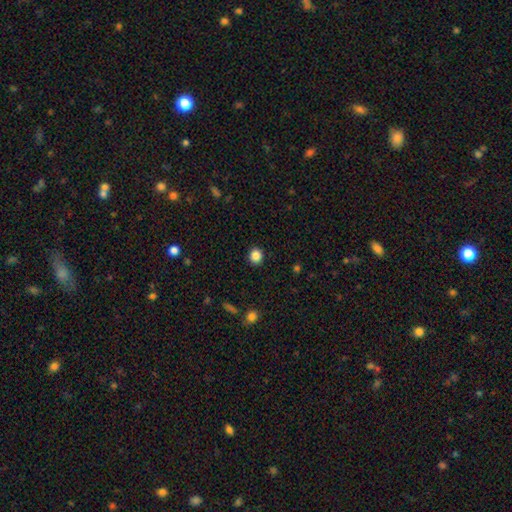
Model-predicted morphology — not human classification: The model was most divided on "smooth or featured": smooth: 86%, star or artifact: 11%, featured or disk: 4%. More confident: merging — none (92%); how rounded — round (87%).